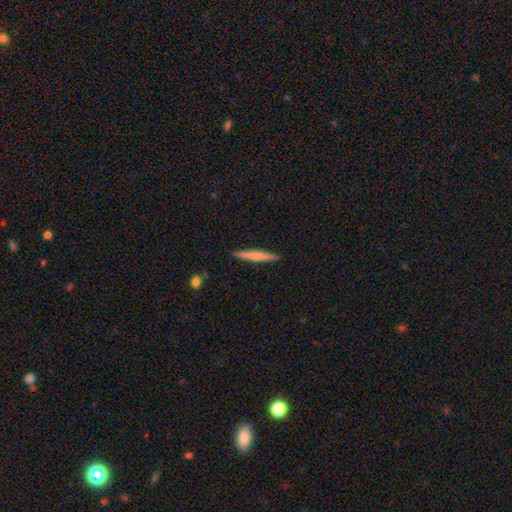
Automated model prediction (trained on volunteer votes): This is possibly a smooth galaxy (59%). How rounded: clearly cigar-shaped (95%). Merging: clearly none (91%).